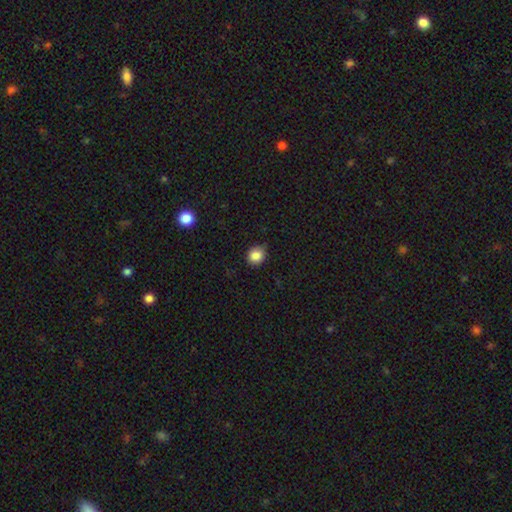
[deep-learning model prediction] Smooth or featured? Predicted: smooth (p=0.85). How rounded? Predicted: round (p=0.78). Merging? Predicted: none (p=0.80).